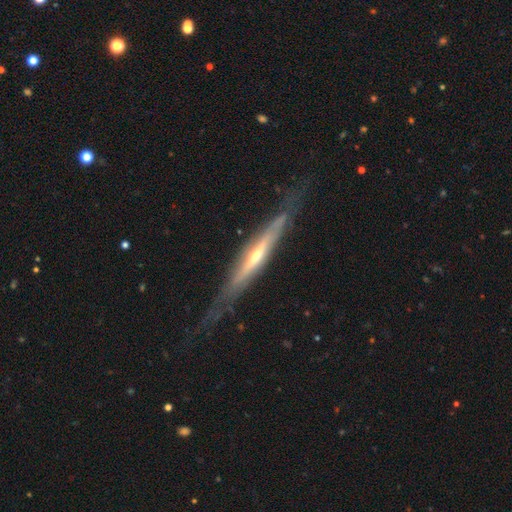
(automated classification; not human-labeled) smooth_or_featured: featured or disk (p=0.79) [alt: smooth p=0.15]
disk_edge_on: yes (p=0.89) [alt: no p=0.11]
edge_on_bulge: rounded (p=0.68) [alt: none p=0.25]
merging: none (p=0.72) [alt: minor disturbance p=0.20]